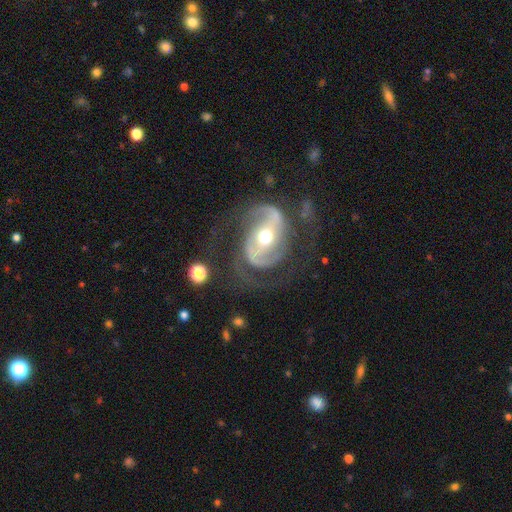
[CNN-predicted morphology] Smooth or featured? Predicted: featured or disk (p=0.88). Edge-on disk? Predicted: no (p=0.97). Bar? Predicted: strong (p=0.41). Spiral arms? Predicted: yes (p=0.94). Spiral winding? Predicted: medium (p=0.49). Spiral arm count? Predicted: 2 (p=0.87). Bulge size? Predicted: moderate (p=0.74). Merging? Predicted: none (p=0.66).